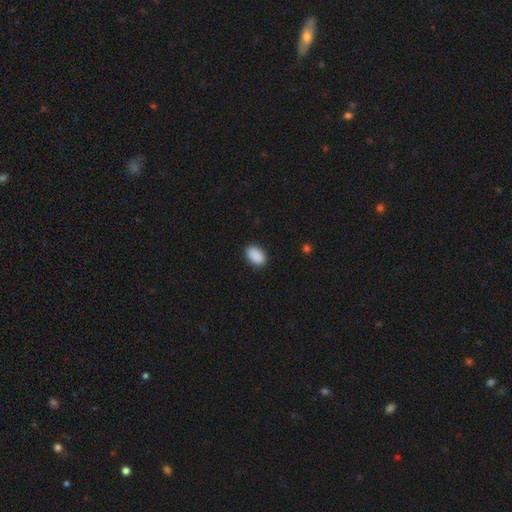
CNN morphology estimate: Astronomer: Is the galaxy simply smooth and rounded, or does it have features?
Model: smooth — 90%.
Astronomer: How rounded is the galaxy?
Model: in between — 91%.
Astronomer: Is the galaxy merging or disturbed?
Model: none — 89%.